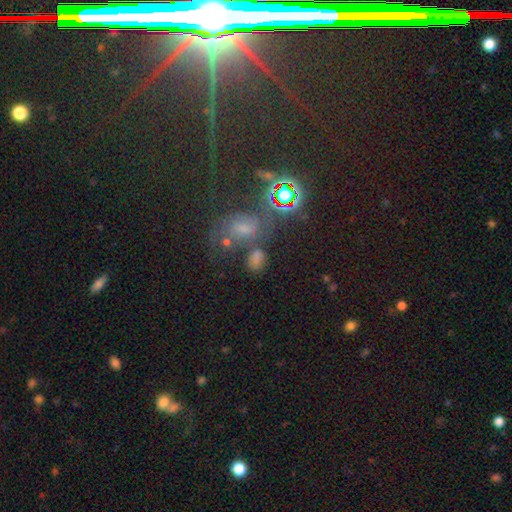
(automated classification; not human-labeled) The model was most divided on "smooth or featured": star or artifact: 43%, smooth: 42%, featured or disk: 16%.